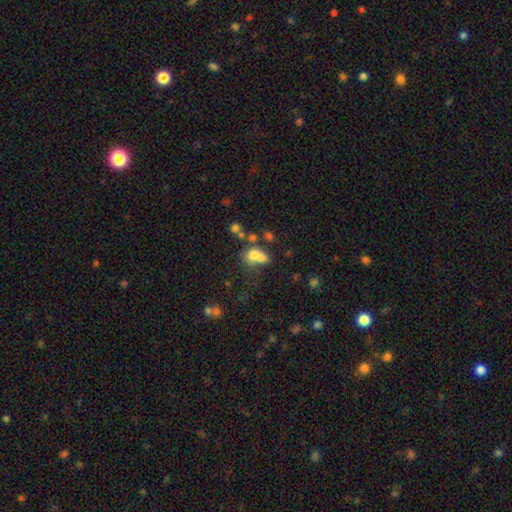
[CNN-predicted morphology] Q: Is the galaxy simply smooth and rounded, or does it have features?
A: smooth — 66%.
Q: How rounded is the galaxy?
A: round — 54%.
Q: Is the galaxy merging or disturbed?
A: merger — 57%.